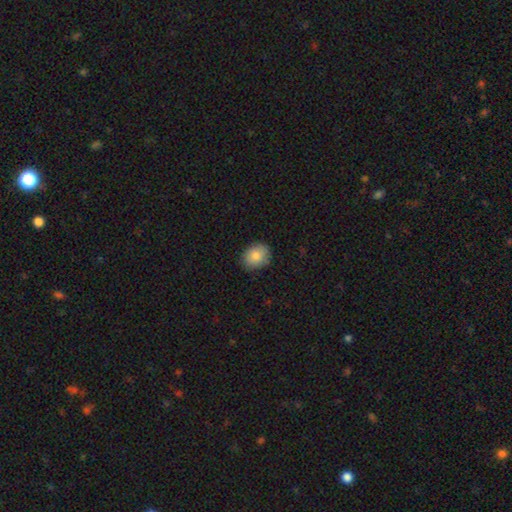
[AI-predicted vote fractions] This appears to be a smooth galaxy with no disk features (84%) that is round (52%). Merging: none (86%).